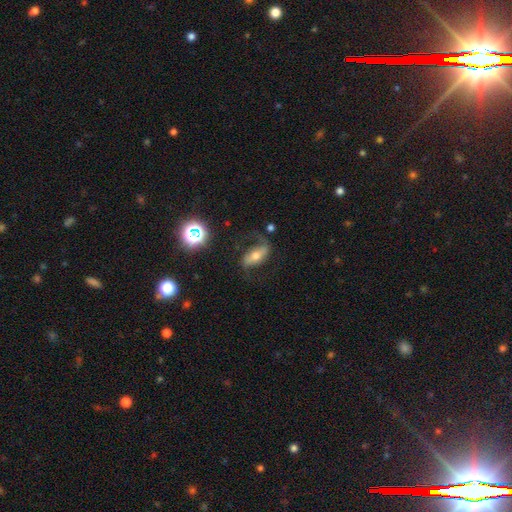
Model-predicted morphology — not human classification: Smooth or featured? Predicted: featured or disk (p=0.61). Edge-on disk? Predicted: no (p=0.86). Bar? Predicted: strong (p=0.45). Spiral arms? Predicted: yes (p=0.82). Bulge size? Predicted: moderate (p=0.62). Merging? Predicted: none (p=0.60).